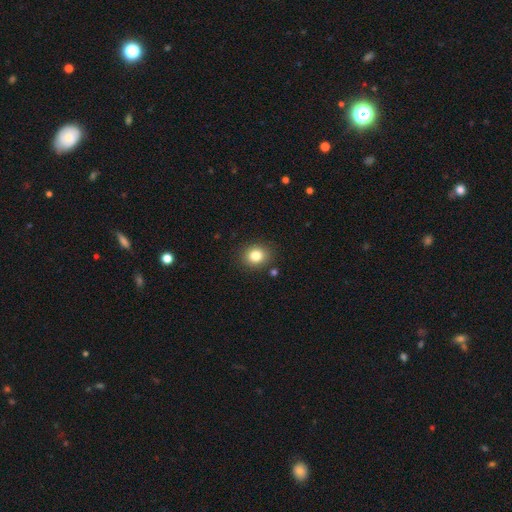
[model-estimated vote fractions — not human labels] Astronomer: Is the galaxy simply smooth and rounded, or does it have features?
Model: smooth — 82%.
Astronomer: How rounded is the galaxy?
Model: round — 71%.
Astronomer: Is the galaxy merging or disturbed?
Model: none — 87%.